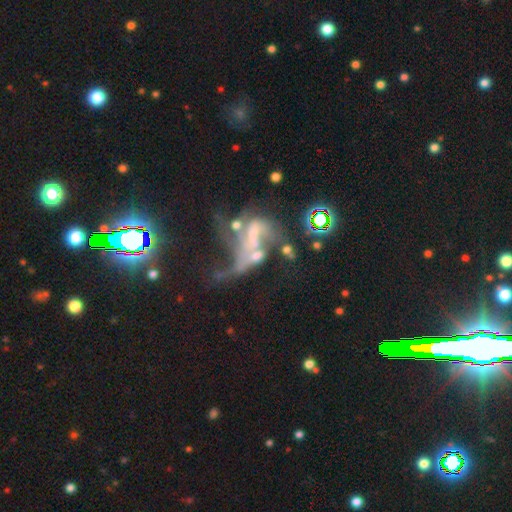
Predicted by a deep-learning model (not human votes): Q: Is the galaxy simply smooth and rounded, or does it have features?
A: featured or disk — 60%.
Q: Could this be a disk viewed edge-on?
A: no — 95%.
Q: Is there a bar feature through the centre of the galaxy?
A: no — 67%.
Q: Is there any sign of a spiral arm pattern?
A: no — 56%.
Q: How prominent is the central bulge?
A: none — 42%.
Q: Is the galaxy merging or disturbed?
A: merger — 50%.